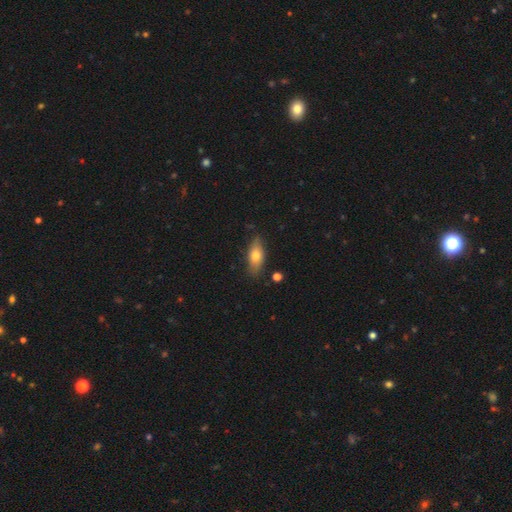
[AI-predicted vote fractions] Smooth or featured: smooth — 66% (featured or disk — 27%)
How rounded: in between — 76% (cigar-shaped — 20%)
Merging: none — 81% (minor disturbance — 14%)